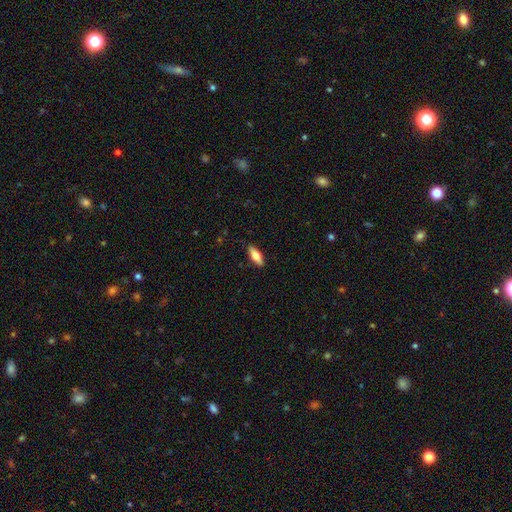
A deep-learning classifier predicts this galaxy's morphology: Q: Smooth or featured?
A: smooth (71%); runner-up: featured or disk (23%)
Q: How rounded?
A: in between (63%); runner-up: cigar-shaped (35%)
Q: Merging?
A: none (89%); runner-up: minor disturbance (8%)